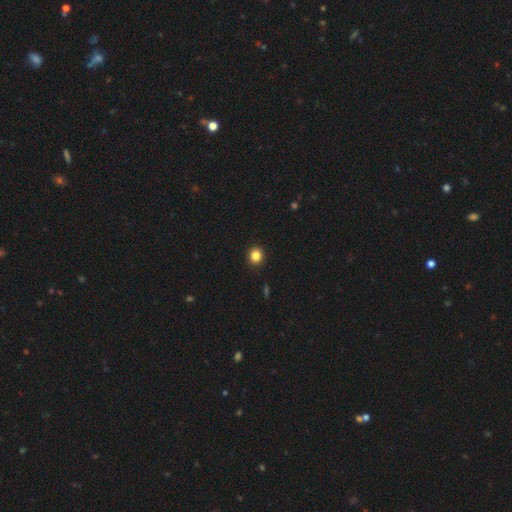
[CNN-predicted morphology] Q: Smooth or featured?
A: smooth (84%); runner-up: star or artifact (11%)
Q: How rounded?
A: round (85%); runner-up: in between (14%)
Q: Merging?
A: none (92%); runner-up: minor disturbance (5%)